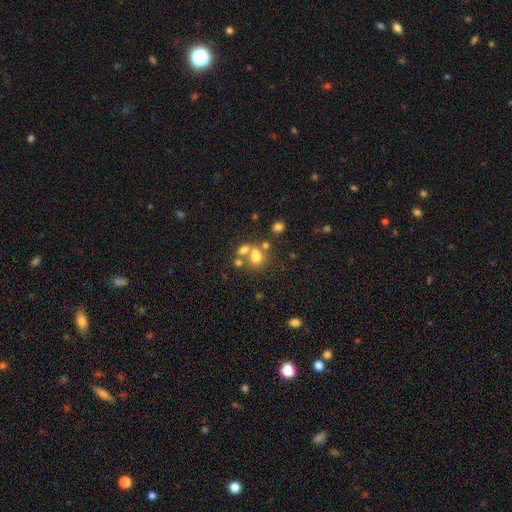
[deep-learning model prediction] Smooth or featured? smooth (69%)
How rounded? in between (61%)
Merging? merger (44%)